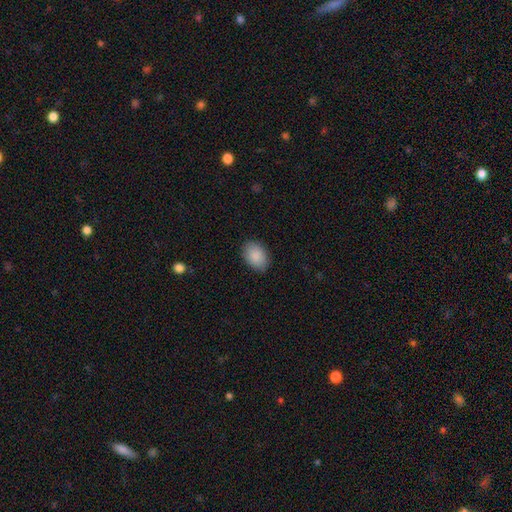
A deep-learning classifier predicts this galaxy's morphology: This appears to be a smooth galaxy with no disk features (89%) that is in between round and cigar-shaped (84%). Merging: none (88%).